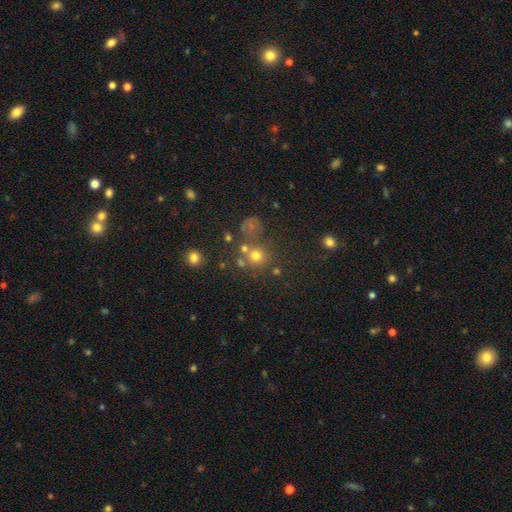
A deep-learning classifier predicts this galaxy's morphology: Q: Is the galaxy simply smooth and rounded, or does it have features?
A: smooth — 70%.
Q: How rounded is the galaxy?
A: round — 89%.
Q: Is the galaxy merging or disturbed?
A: none — 64%.